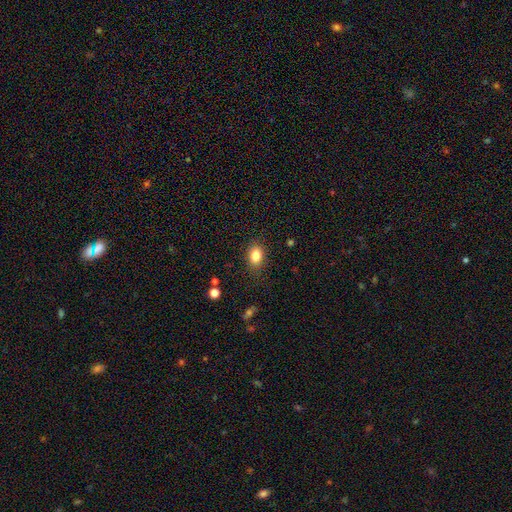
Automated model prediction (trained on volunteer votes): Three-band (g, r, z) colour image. It shows a smooth galaxy with no disk features (84%) that is in between round and cigar-shaped (77%). Merging: none (84%).